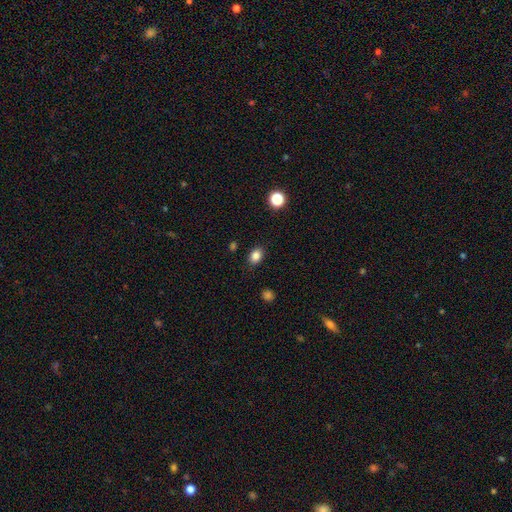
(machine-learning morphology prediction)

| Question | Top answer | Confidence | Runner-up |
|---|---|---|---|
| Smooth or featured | smooth | 85% | star or artifact (11%) |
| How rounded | in between | 70% | round (29%) |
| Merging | none | 87% | minor disturbance (9%) |